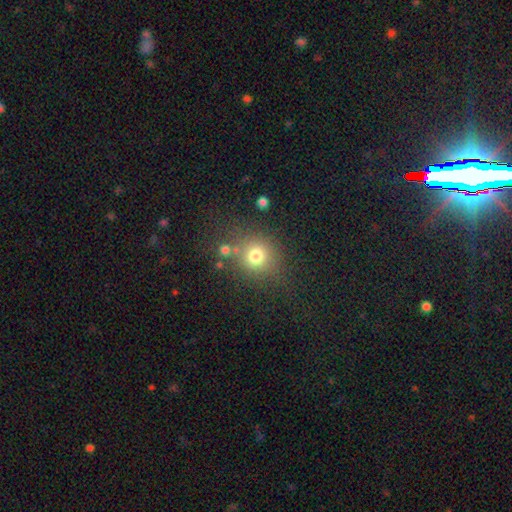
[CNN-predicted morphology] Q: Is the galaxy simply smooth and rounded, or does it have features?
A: smooth — 75%.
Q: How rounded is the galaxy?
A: round — 86%.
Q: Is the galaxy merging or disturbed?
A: none — 73%.